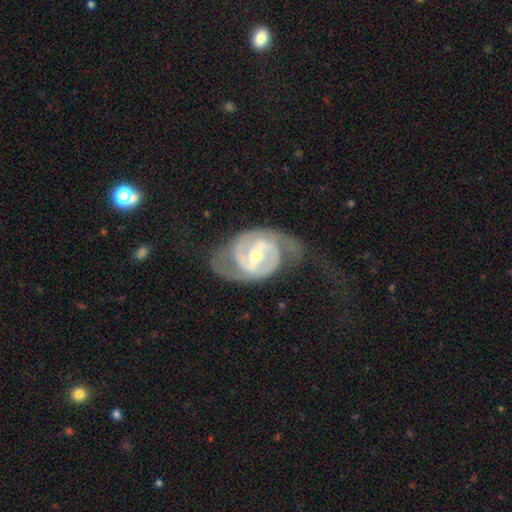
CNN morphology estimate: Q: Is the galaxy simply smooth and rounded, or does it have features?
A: featured or disk — 90%.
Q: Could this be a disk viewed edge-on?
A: no — 97%.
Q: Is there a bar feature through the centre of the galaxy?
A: strong — 52%.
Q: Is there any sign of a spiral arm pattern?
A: yes — 96%.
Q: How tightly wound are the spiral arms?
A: medium — 46%.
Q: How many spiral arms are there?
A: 2 — 86%.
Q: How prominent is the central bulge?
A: small — 49%.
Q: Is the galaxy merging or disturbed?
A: none — 54%.